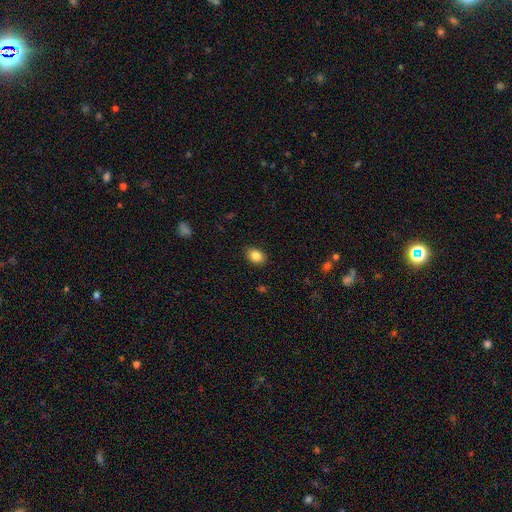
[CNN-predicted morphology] type=smooth (86%); roundness=in between (68%); merging=none (89%).